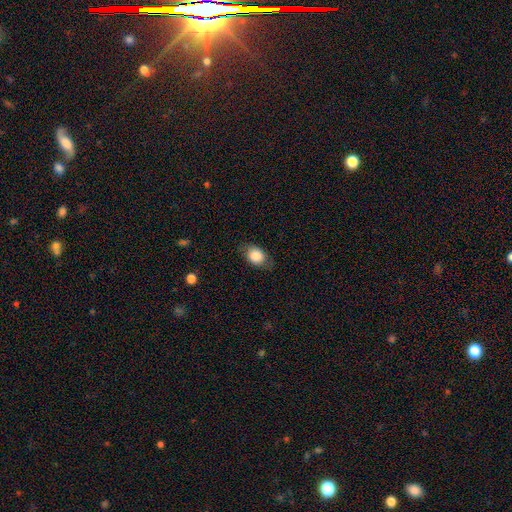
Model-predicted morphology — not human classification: A smooth galaxy with no disk features (80%) that is in between round and cigar-shaped (70%). Merging: none (77%).